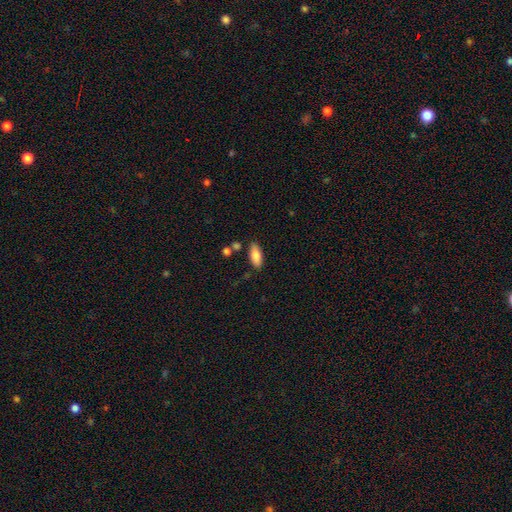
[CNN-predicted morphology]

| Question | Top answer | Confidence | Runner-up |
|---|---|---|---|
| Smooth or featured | smooth | 84% | featured or disk (10%) |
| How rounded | in between | 81% | cigar-shaped (17%) |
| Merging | none | 82% | minor disturbance (11%) |